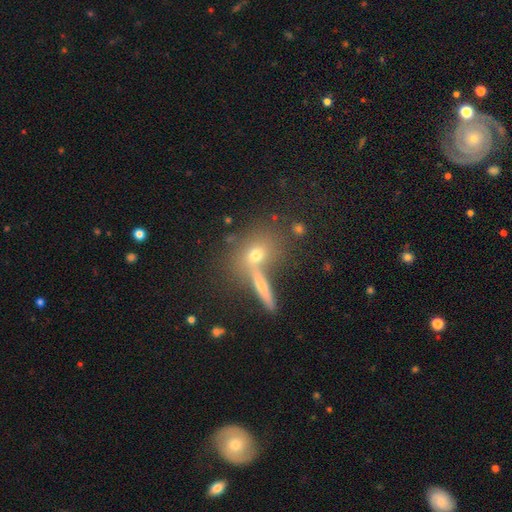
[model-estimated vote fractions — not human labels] A smooth galaxy with no disk features (54%) that is round (56%).

Vote fractions:
- Smooth or featured? smooth: 54% / featured or disk: 26% / star or artifact: 20%
- How rounded? round: 56% / in between: 32% / cigar-shaped: 12%
- Merging? none: 50% / merger: 33% / minor disturbance: 10% / major disturbance: 6%